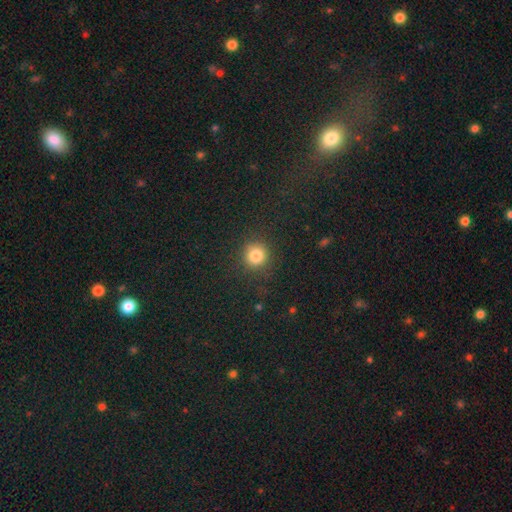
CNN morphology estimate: Q: Smooth or featured?
A: smooth (82%); runner-up: star or artifact (13%)
Q: How rounded?
A: round (92%); runner-up: in between (7%)
Q: Merging?
A: none (88%); runner-up: minor disturbance (7%)